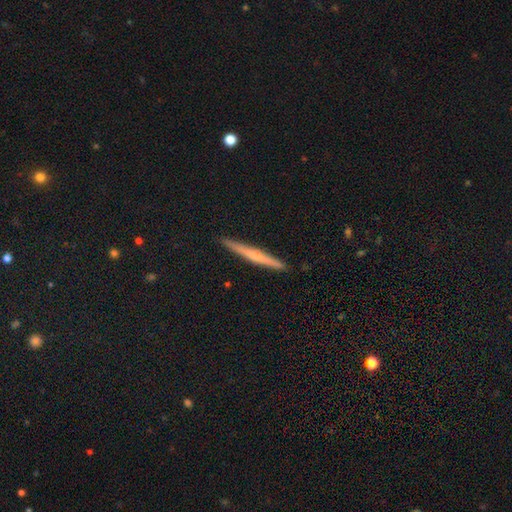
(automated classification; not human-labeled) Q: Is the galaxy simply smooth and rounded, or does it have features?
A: featured or disk — 59%.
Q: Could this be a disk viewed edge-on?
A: yes — 98%.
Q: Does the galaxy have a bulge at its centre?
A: rounded — 54%.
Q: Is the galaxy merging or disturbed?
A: none — 92%.